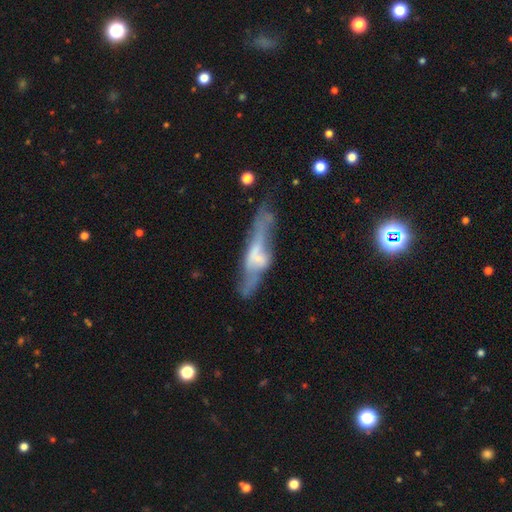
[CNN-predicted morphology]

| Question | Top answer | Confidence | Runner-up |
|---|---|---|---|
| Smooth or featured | featured or disk | 62% | smooth (30%) |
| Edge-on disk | yes | 58% | no (42%) |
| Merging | none | 39% | major disturbance (26%) |